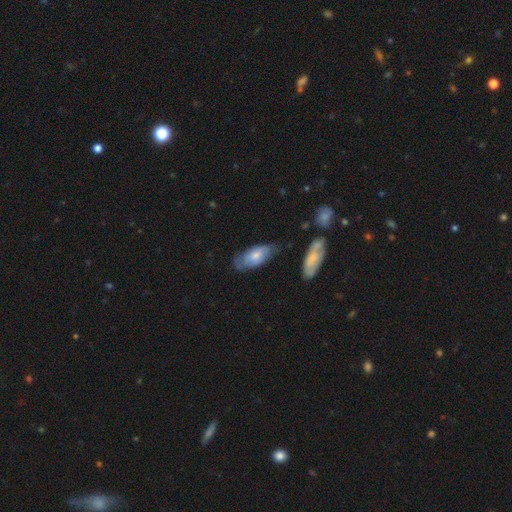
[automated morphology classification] Smooth or featured? Predicted: smooth (p=0.58). How rounded? Predicted: in between (p=0.87). Merging? Predicted: none (p=0.58).